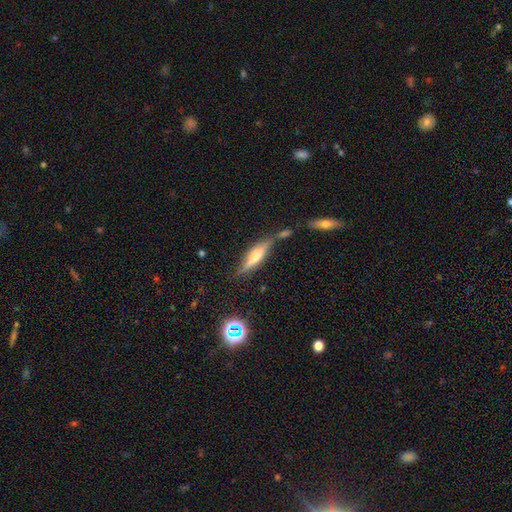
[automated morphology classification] Smooth or featured: featured or disk — 53% (smooth — 38%)
Edge-on disk: yes — 89% (no — 11%)
Merging: none — 62% (minor disturbance — 19%)